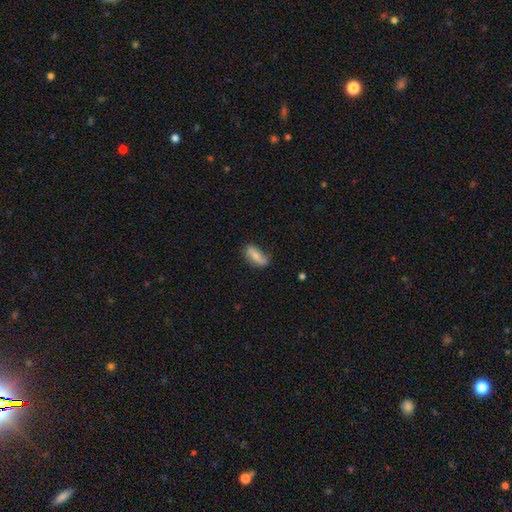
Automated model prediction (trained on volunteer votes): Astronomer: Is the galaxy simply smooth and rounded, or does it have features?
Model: smooth — 68%.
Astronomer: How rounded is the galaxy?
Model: in between — 72%.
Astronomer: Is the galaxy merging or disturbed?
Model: none — 59%.